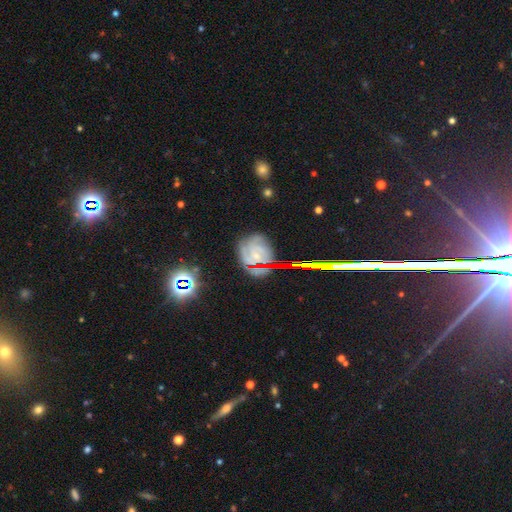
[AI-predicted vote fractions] This is likely a featured or disk galaxy (65%). It is clearly not viewed edge-on (97%). Bar: likely no (65%). Spiral arm pattern: clearly yes (91%). Spiral arm count: marginally 3 (32%). Spiral winding: likely tight (63%). Central bulge: likely small (73%). Merging: likely none (70%).